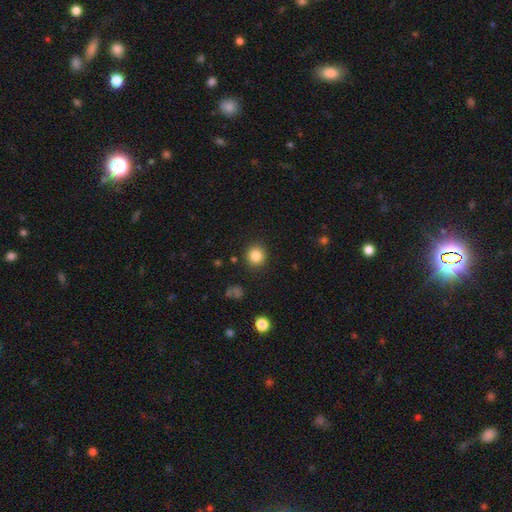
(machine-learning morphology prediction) smooth-or-featured: smooth: 84% | star or artifact: 11% | featured or disk: 5%
  how-rounded: round: 92% | in between: 7% | cigar-shaped: 1%
  merging: none: 90% | minor disturbance: 6% | major disturbance: 2% | merger: 1%